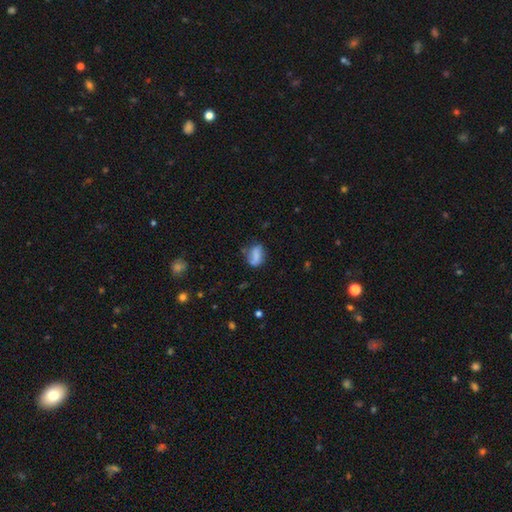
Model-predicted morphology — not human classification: smooth 67%, featured or disk 23%, star or artifact 10%. Down the decision tree: how rounded — in between (77%); merging — none (53%).